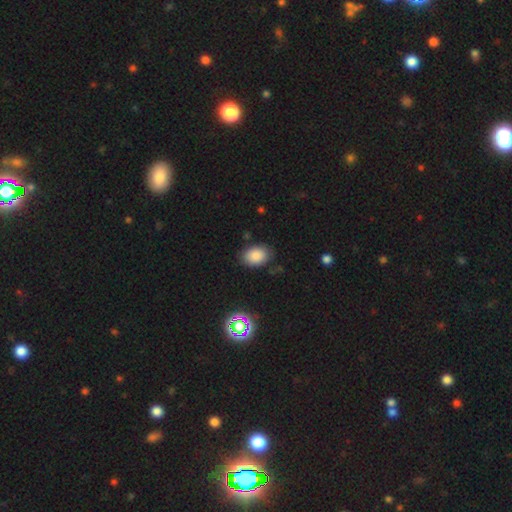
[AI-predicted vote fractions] Smooth or featured: smooth — 84% (star or artifact — 10%)
How rounded: in between — 75% (round — 24%)
Merging: none — 79% (minor disturbance — 15%)